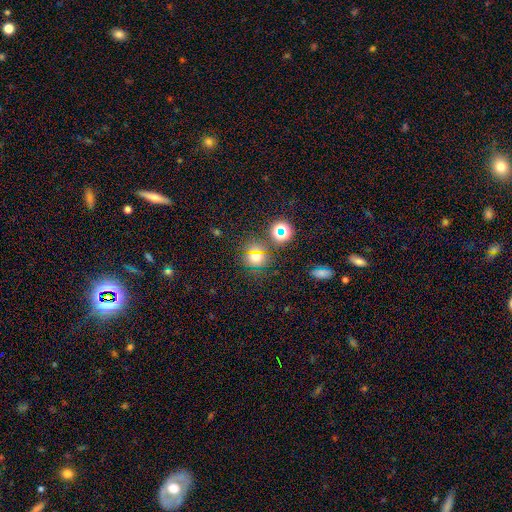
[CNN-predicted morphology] This appears to be a smooth galaxy with no disk features (47%). Merging: none (78%).